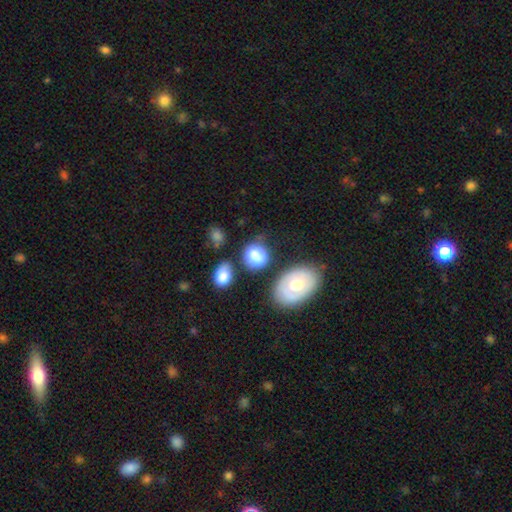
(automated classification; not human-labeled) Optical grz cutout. It shows a smooth galaxy with no disk features (77%) that is round (62%). Merging: none (57%).